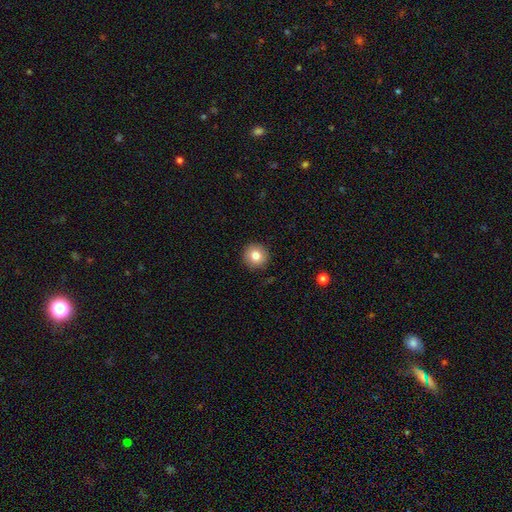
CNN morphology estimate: This is clearly a smooth galaxy (82%). How rounded: clearly round (95%). Merging: clearly none (92%).